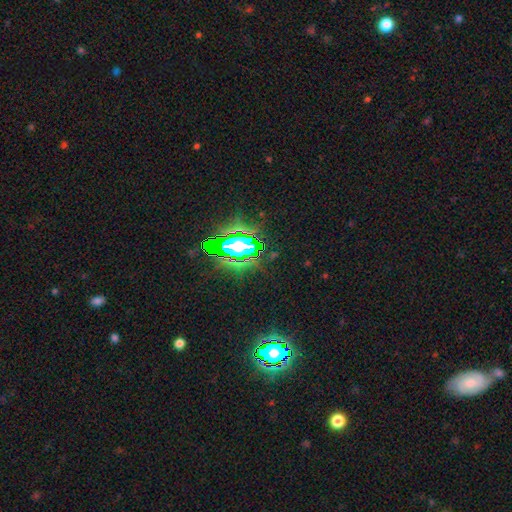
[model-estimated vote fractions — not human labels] Q: Smooth or featured?
A: star or artifact (78%); runner-up: smooth (14%)